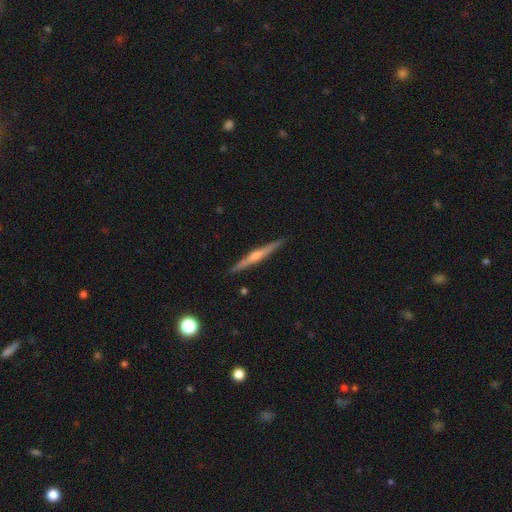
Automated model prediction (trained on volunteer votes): A featured or disk galaxy (78%) viewed edge-on (98%) with a rounded central bulge (84%).

Vote fractions:
- Smooth or featured? featured or disk: 78% / smooth: 16% / star or artifact: 6%
- Edge-on disk? yes: 98% / no: 2%
- Edge-on bulge? rounded: 84% / none: 9% / boxy: 7%
- Merging? none: 92% / minor disturbance: 5% / major disturbance: 1% / merger: 1%